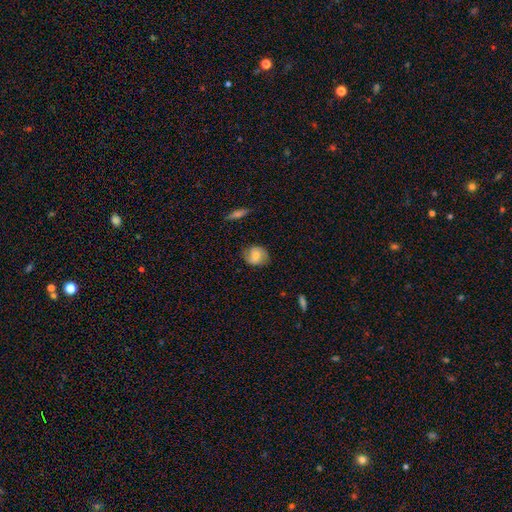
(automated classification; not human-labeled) This appears to be a smooth galaxy with no disk features (67%) that is round (67%). Merging: none (77%).